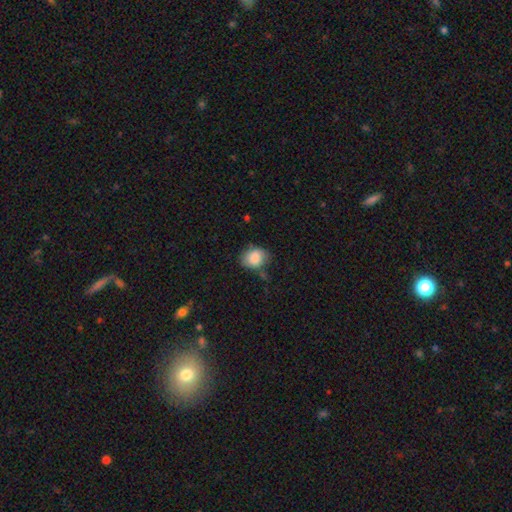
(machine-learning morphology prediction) smooth-or-featured: smooth: 86% | star or artifact: 8% | featured or disk: 6%
  how-rounded: in between: 57% | round: 42% | cigar-shaped: 1%
  merging: none: 68% | minor disturbance: 23% | major disturbance: 5% | merger: 4%